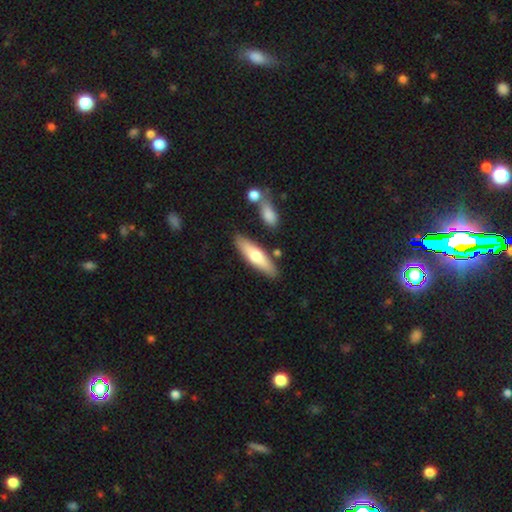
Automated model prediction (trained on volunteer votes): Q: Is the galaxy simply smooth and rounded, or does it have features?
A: smooth — 63%.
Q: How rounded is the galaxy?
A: cigar-shaped — 65%.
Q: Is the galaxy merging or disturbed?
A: none — 82%.